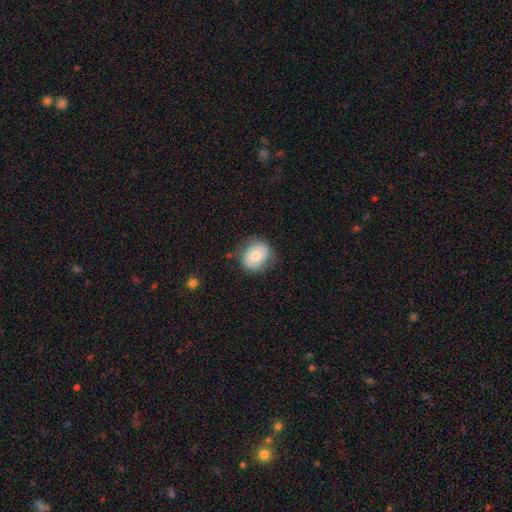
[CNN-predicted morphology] Smooth or featured?
  - smooth: 68% *
  - featured or disk: 24%
  - star or artifact: 8%
How rounded?
  - round: 64% *
  - in between: 36%
  - cigar-shaped: 1%
Merging?
  - none: 72% *
  - minor disturbance: 20%
  - major disturbance: 6%
  - merger: 1%